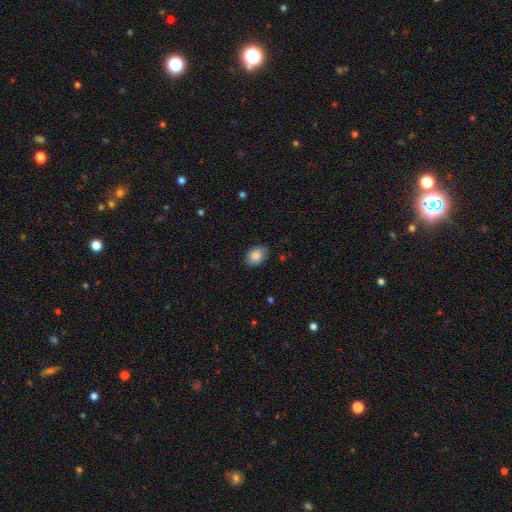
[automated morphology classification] Smooth or featured? smooth (84%)
How rounded? in between (77%)
Merging? none (84%)